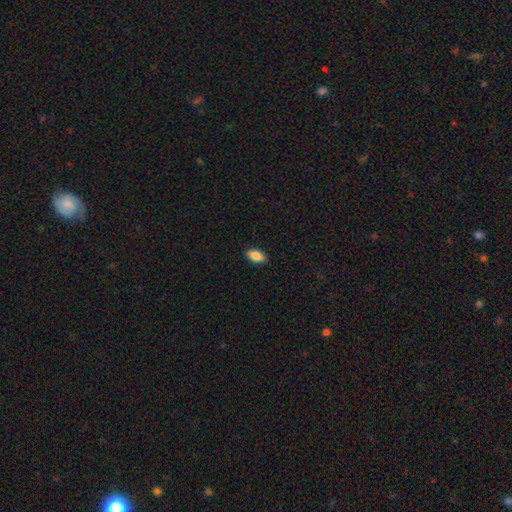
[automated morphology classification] The model was most divided on "smooth or featured": smooth: 87%, star or artifact: 7%, featured or disk: 6%. More confident: how rounded — in between (91%); merging — none (89%).